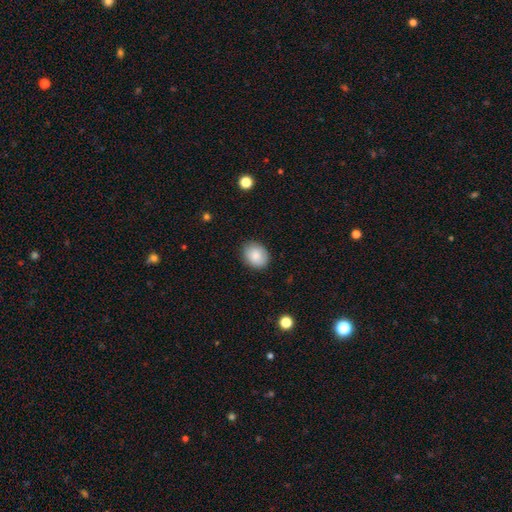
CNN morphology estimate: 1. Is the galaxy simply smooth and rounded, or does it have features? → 85% smooth, 7% star or artifact, 7% featured or disk.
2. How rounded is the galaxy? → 53% in between, 47% round, 1% cigar-shaped.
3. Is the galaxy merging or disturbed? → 85% none, 12% minor disturbance, 2% major disturbance, 1% merger.